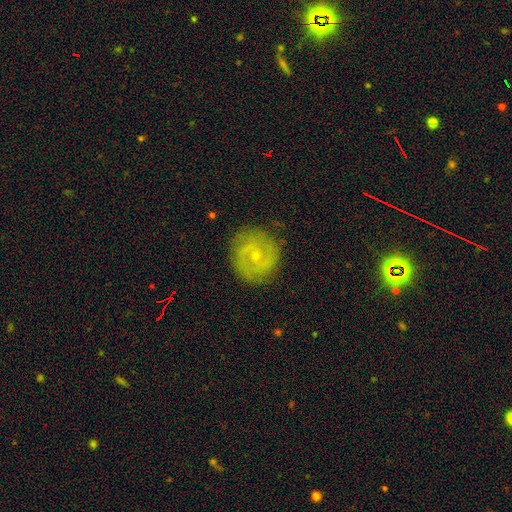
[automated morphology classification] type=featured or disk (72%); edge-on=no (98%); bar=no (55%); spiral arms=yes (91%); winding=tight (47%); arm count=2 (71%); bulge=small (74%); merging=none (84%).